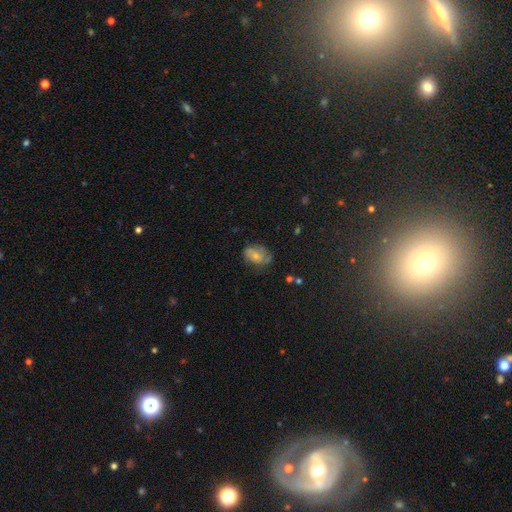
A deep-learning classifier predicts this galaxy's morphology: Smooth or featured: smooth — 55% (featured or disk — 34%)
How rounded: in between — 76% (round — 22%)
Merging: none — 54% (minor disturbance — 31%)